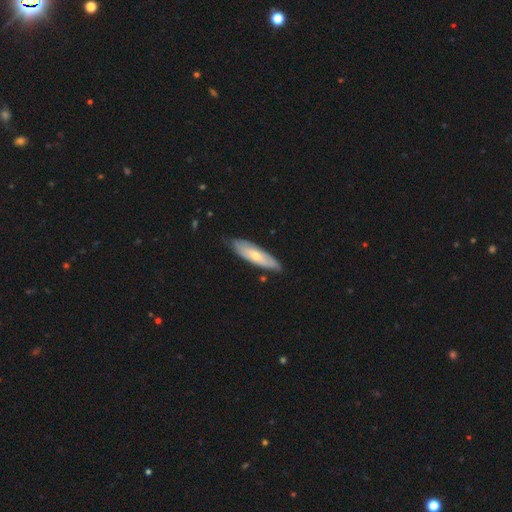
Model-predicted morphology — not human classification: Q: Smooth or featured?
A: smooth (52%); runner-up: featured or disk (43%)
Q: How rounded?
A: cigar-shaped (56%); runner-up: in between (42%)
Q: Merging?
A: none (78%); runner-up: minor disturbance (17%)